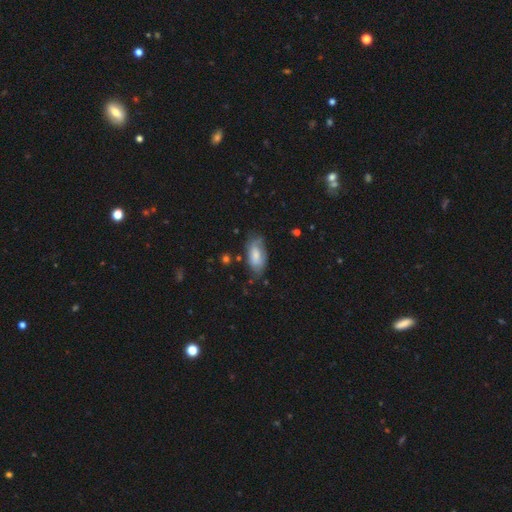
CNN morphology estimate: smooth 60%, featured or disk 32%, star or artifact 7%. Down the decision tree: how rounded — in between (90%); merging — none (59%).